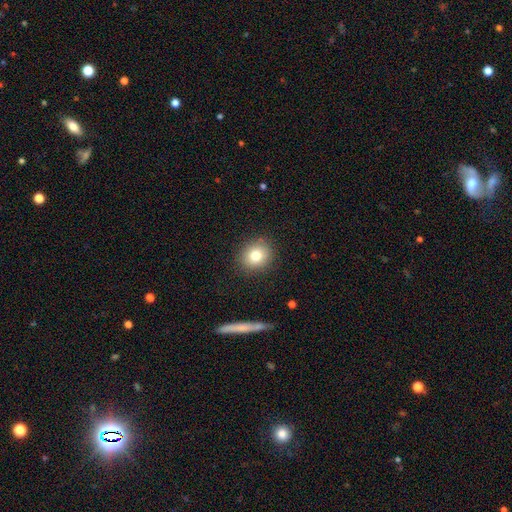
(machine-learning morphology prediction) Smooth or featured? Predicted: smooth (p=0.79). How rounded? Predicted: round (p=0.78). Merging? Predicted: none (p=0.88).